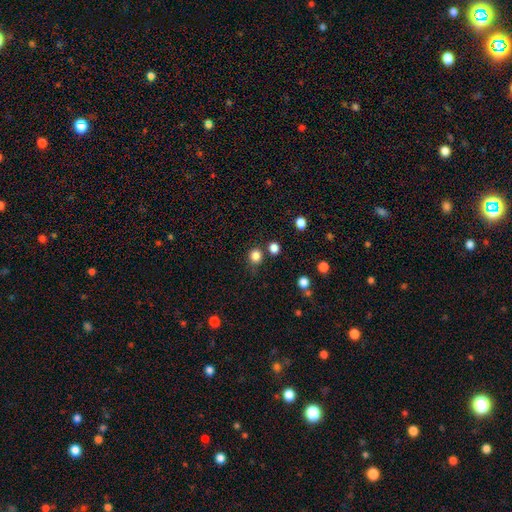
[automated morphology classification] Q: Smooth or featured?
A: smooth (83%); runner-up: star or artifact (13%)
Q: How rounded?
A: round (87%); runner-up: in between (13%)
Q: Merging?
A: none (79%); runner-up: minor disturbance (11%)